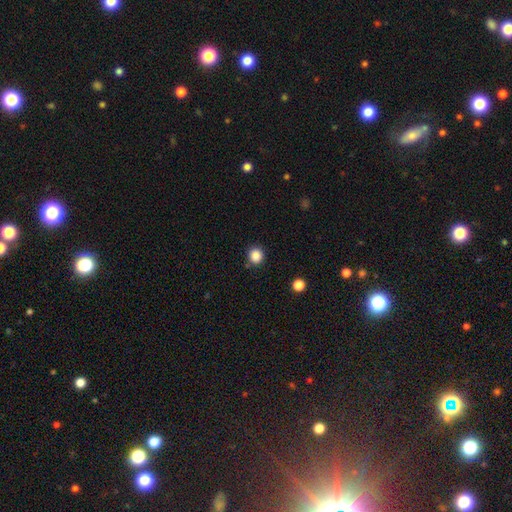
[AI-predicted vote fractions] A smooth galaxy with no disk features (86%) that is round (87%).

Vote fractions:
- Smooth or featured? smooth: 86% / star or artifact: 11% / featured or disk: 3%
- How rounded? round: 87% / in between: 12% / cigar-shaped: 1%
- Merging? none: 85% / minor disturbance: 9% / merger: 3% / major disturbance: 3%